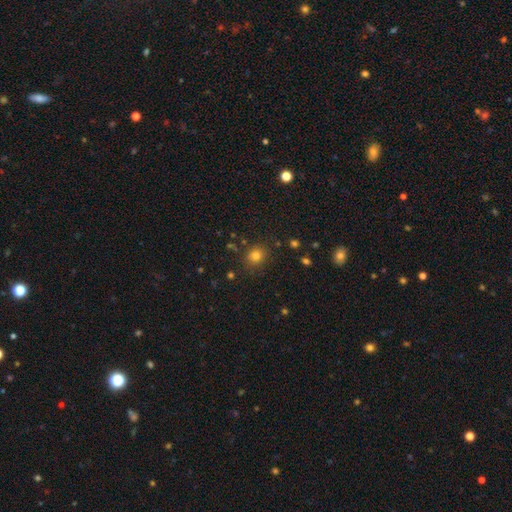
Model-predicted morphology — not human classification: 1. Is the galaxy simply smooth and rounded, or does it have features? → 79% smooth, 15% star or artifact, 6% featured or disk.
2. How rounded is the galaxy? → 71% round, 28% in between, 1% cigar-shaped.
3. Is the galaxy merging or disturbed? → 82% none, 11% minor disturbance, 4% major disturbance, 3% merger.